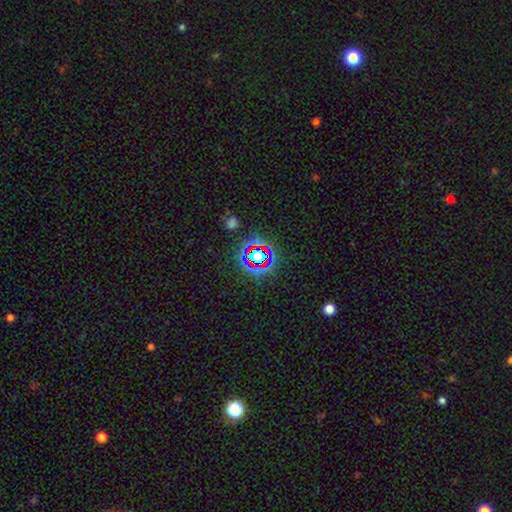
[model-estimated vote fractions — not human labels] The model was most divided on "smooth or featured": star or artifact: 70%, smooth: 19%, featured or disk: 11%.